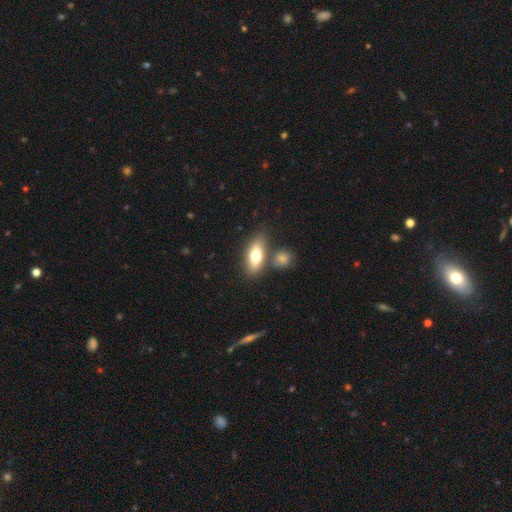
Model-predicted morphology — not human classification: Smooth or featured? Predicted: smooth (p=0.73). How rounded? Predicted: in between (p=0.80). Merging? Predicted: none (p=0.65).